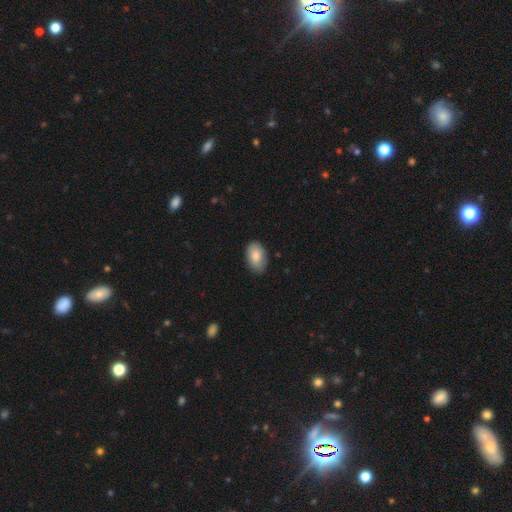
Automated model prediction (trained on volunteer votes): Overall: smooth (84%). How rounded: in between (90%). Merging: none (81%).